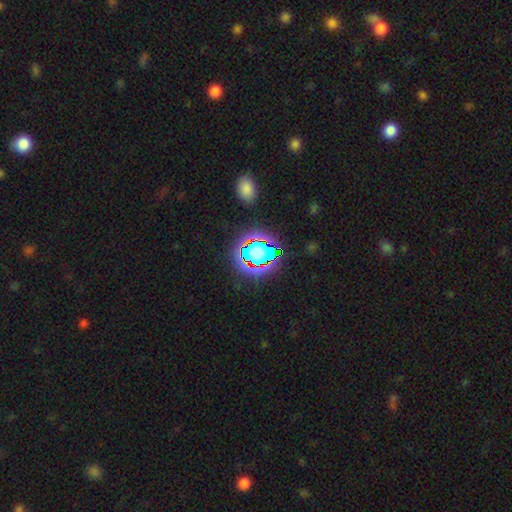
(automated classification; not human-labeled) Smooth or featured? Predicted: star or artifact (p=0.54).